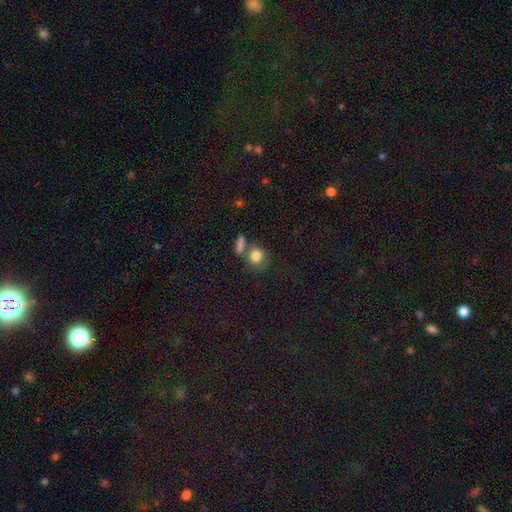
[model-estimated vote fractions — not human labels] Smooth or featured?
  - smooth: 82% *
  - featured or disk: 9%
  - star or artifact: 9%
How rounded?
  - round: 75% *
  - in between: 23%
  - cigar-shaped: 2%
Merging?
  - none: 52% *
  - merger: 26%
  - minor disturbance: 15%
  - major disturbance: 8%